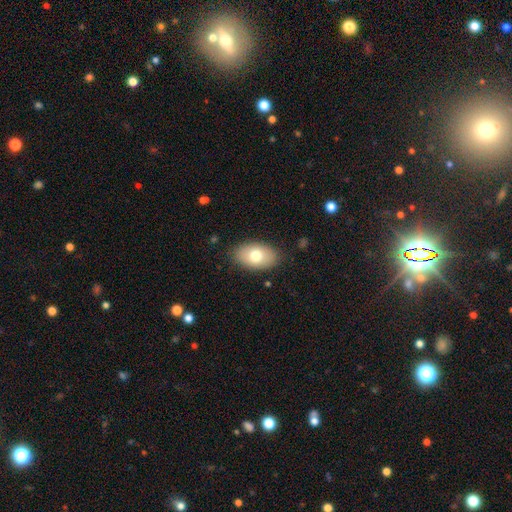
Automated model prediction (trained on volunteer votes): smooth-or-featured: smooth: 75% | featured or disk: 18% | star or artifact: 7%
  how-rounded: in between: 91% | round: 7% | cigar-shaped: 1%
  merging: none: 84% | minor disturbance: 12% | major disturbance: 3% | merger: 1%